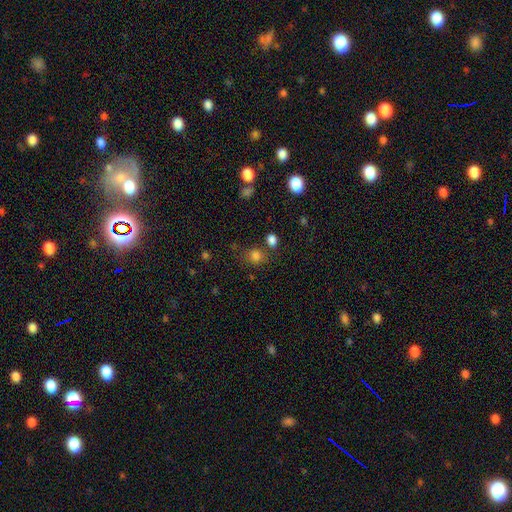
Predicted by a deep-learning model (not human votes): Q: Smooth or featured?
A: smooth (80%); runner-up: star or artifact (15%)
Q: How rounded?
A: round (71%); runner-up: in between (28%)
Q: Merging?
A: none (70%); runner-up: minor disturbance (13%)